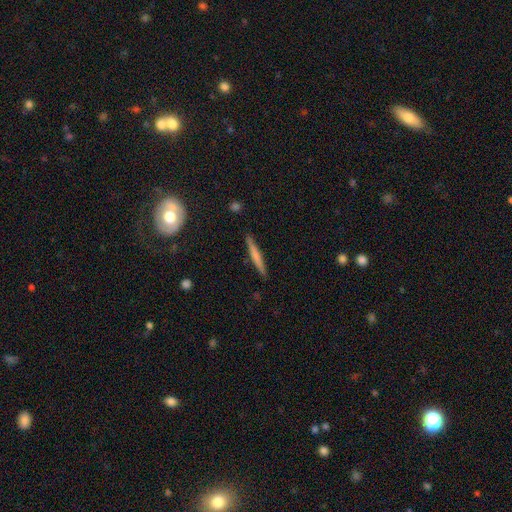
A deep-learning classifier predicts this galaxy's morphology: smooth_or_featured: smooth (p=0.57) [alt: featured or disk p=0.37]
how_rounded: cigar-shaped (p=0.96) [alt: in between p=0.03]
merging: none (p=0.90) [alt: minor disturbance p=0.07]